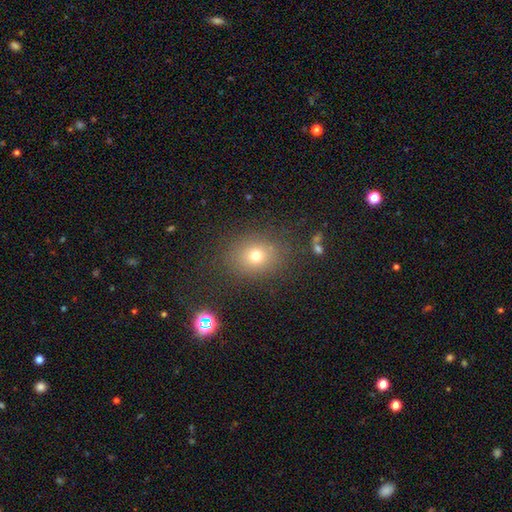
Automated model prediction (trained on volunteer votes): Smooth or featured? Predicted: smooth (p=0.72). How rounded? Predicted: round (p=0.59). Merging? Predicted: none (p=0.82).